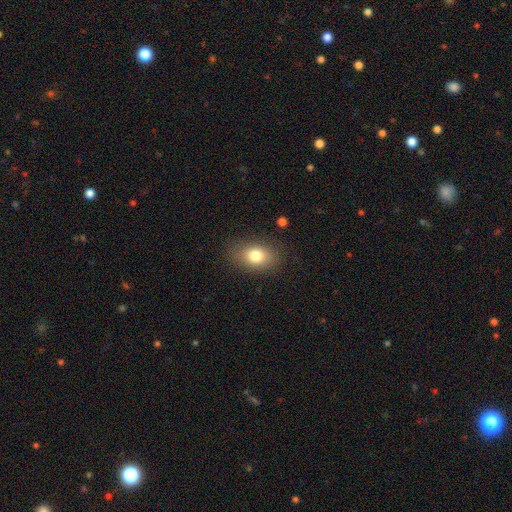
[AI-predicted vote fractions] This is likely a smooth galaxy (79%). How rounded: likely in between (78%). Merging: clearly none (83%).